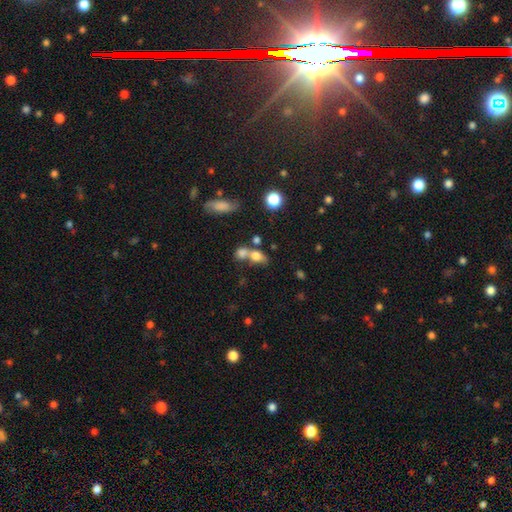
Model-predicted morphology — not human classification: smooth-or-featured: smooth: 74% | featured or disk: 13% | star or artifact: 12%
  how-rounded: in between: 62% | round: 34% | cigar-shaped: 4%
  merging: merger: 52% | none: 32% | minor disturbance: 10% | major disturbance: 6%